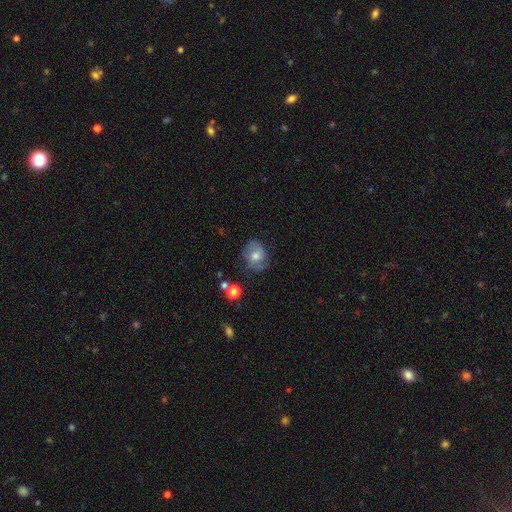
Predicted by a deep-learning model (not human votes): A smooth galaxy with no disk features (63%) that is round (63%).

Vote fractions:
- Smooth or featured? smooth: 63% / featured or disk: 28% / star or artifact: 10%
- How rounded? round: 63% / in between: 36% / cigar-shaped: 1%
- Merging? none: 64% / minor disturbance: 25% / major disturbance: 8% / merger: 3%